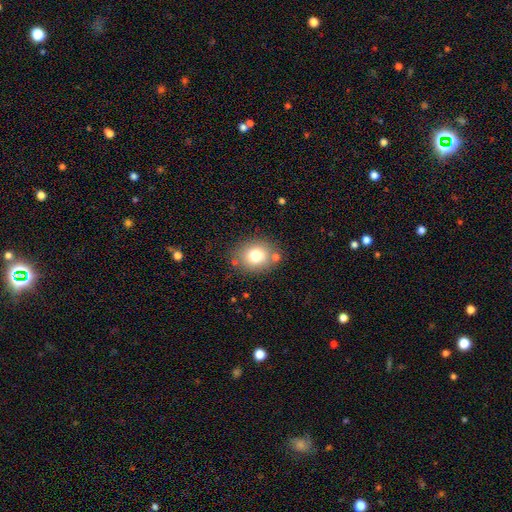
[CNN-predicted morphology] type=smooth (76%); roundness=round (60%); merging=none (78%).